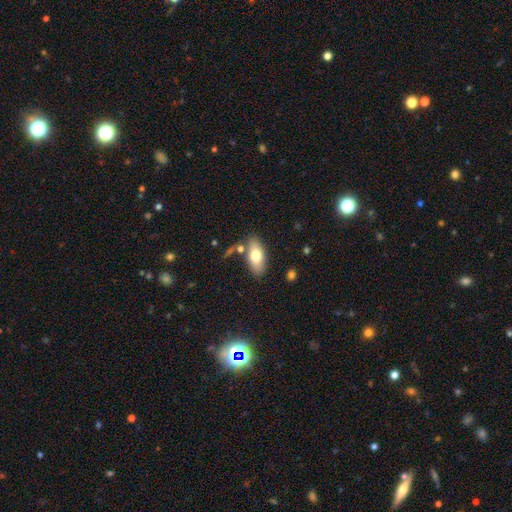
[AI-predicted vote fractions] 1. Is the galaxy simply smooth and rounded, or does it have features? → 72% smooth, 21% featured or disk, 7% star or artifact.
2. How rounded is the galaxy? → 86% in between, 10% cigar-shaped, 3% round.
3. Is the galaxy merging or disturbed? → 74% none, 13% minor disturbance, 9% merger, 4% major disturbance.